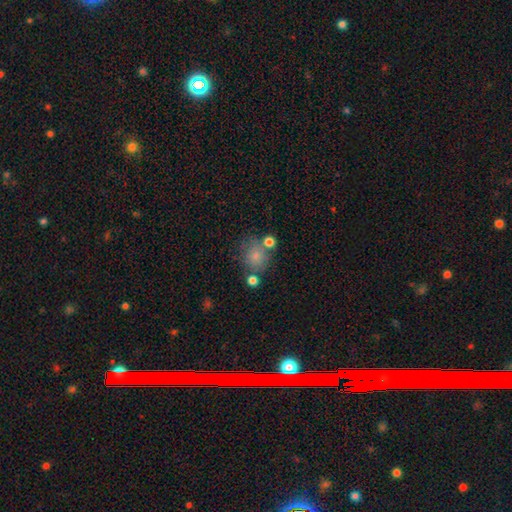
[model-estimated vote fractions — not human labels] smooth 77%, star or artifact 12%, featured or disk 11%. Down the decision tree: how rounded — round (73%); merging — none (60%).